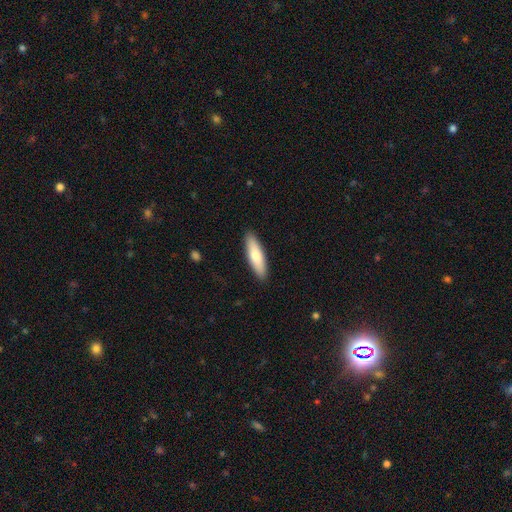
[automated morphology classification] A smooth galaxy with no disk features (74%) that is cigar-shaped (61%). Merging: none (90%).